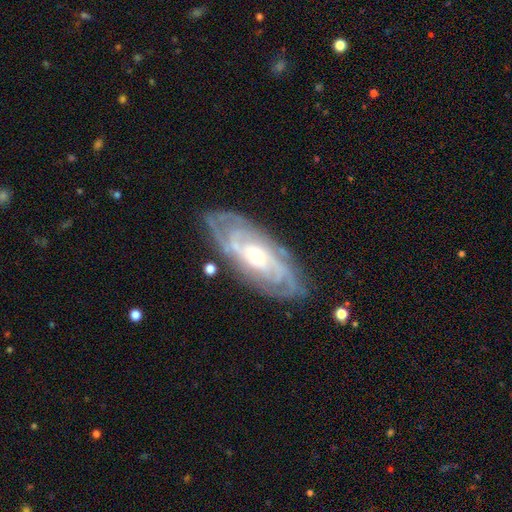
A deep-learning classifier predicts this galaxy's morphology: Smooth or featured?
  - featured or disk: 87% *
  - smooth: 7%
  - star or artifact: 5%
Edge-on disk?
  - no: 90% *
  - yes: 10%
Bar?
  - no: 58% *
  - weak: 30%
  - strong: 11%
Spiral arms?
  - yes: 97% *
  - no: 3%
Spiral winding?
  - tight: 71% *
  - medium: 24%
  - loose: 4%
Spiral arm count?
  - can't tell: 27% *
  - 3: 25%
  - 4: 18%
  - 2: 18%
  - more than 4: 7%
  - 1: 5%
Bulge size?
  - moderate: 61% *
  - small: 27%
  - large: 9%
  - none: 1%
  - dominant: 1%
Merging?
  - none: 80% *
  - minor disturbance: 15%
  - major disturbance: 4%
  - merger: 2%